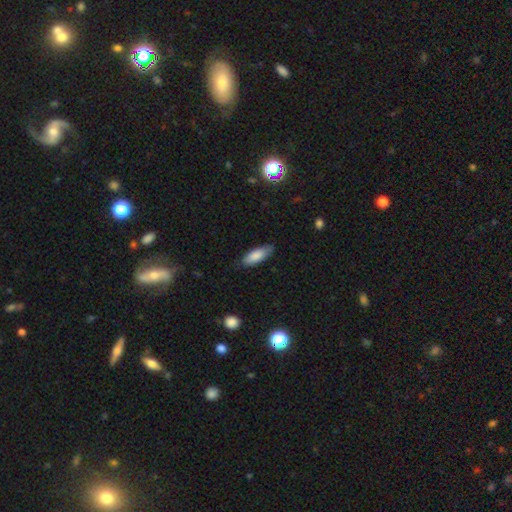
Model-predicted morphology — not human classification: A smooth galaxy with no disk features (84%) that is in between round and cigar-shaped (68%).

Vote fractions:
- Smooth or featured? smooth: 84% / featured or disk: 10% / star or artifact: 6%
- How rounded? in between: 68% / cigar-shaped: 31% / round: 2%
- Merging? none: 78% / minor disturbance: 18% / major disturbance: 3% / merger: 1%